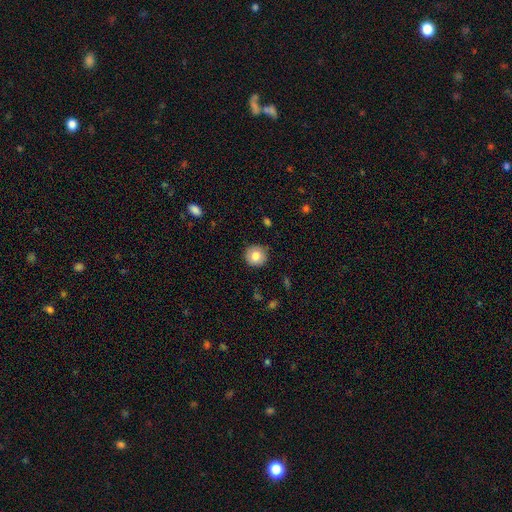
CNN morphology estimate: This is clearly a smooth galaxy (81%). How rounded: clearly round (93%). Merging: clearly none (86%).